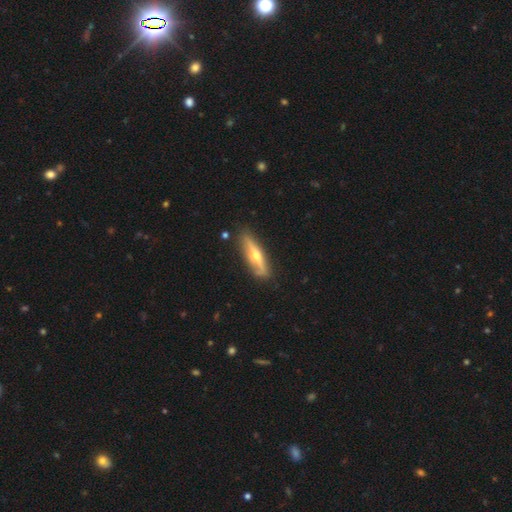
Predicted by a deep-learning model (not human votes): A featured or disk galaxy (66%) viewed edge-on (86%) with a rounded central bulge (92%).

Vote fractions:
- Smooth or featured? featured or disk: 66% / smooth: 29% / star or artifact: 5%
- Edge-on disk? yes: 86% / no: 14%
- Edge-on bulge? rounded: 92% / none: 5% / boxy: 3%
- Merging? none: 82% / minor disturbance: 13% / major disturbance: 3% / merger: 2%